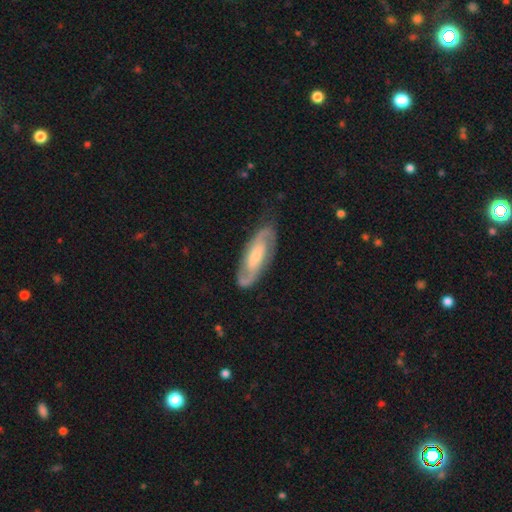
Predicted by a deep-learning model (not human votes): The model was most divided on "bar": weak: 40%, no: 37%, strong: 23%. Remaining: spiral arms — yes (96%); edge-on disk — no (93%); spiral arm count — 2 (90%); smooth or featured — featured or disk (83%); merging — none (80%); spiral winding — medium (49%); bulge size — small (39%).